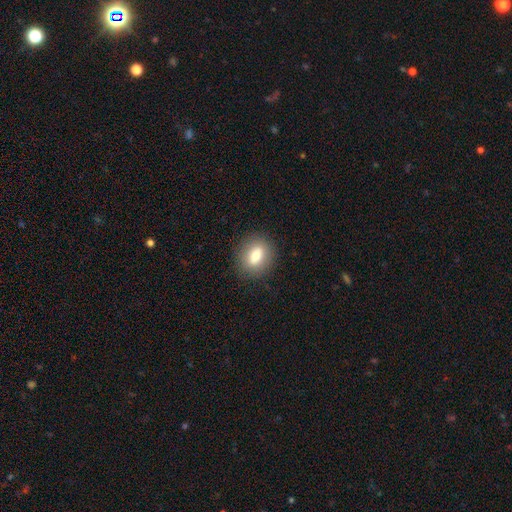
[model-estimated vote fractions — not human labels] smooth_or_featured: smooth (p=0.77) [alt: featured or disk p=0.15]
how_rounded: in between (p=0.53) [alt: round p=0.45]
merging: none (p=0.86) [alt: minor disturbance p=0.09]